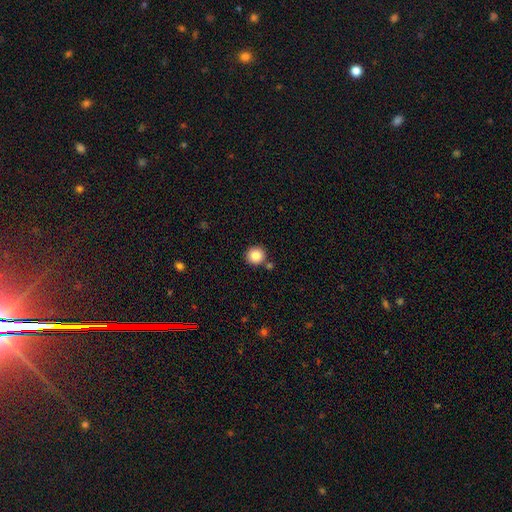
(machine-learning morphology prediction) smooth 85%, star or artifact 10%, featured or disk 6%. Down the decision tree: how rounded — round (93%); merging — none (84%).